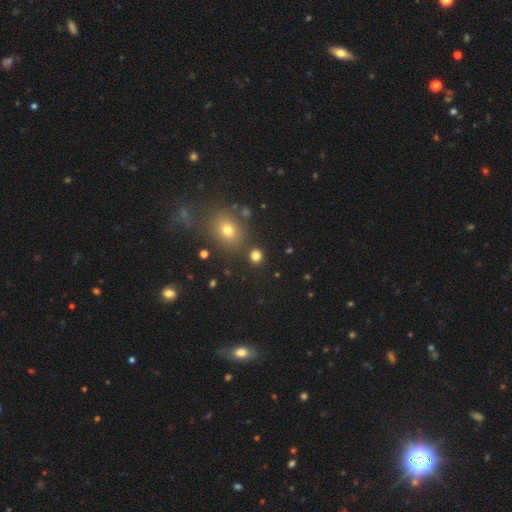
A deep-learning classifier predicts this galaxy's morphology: Smooth or featured: smooth — 79% (star or artifact — 16%)
How rounded: round — 83% (in between — 16%)
Merging: none — 84% (minor disturbance — 7%)